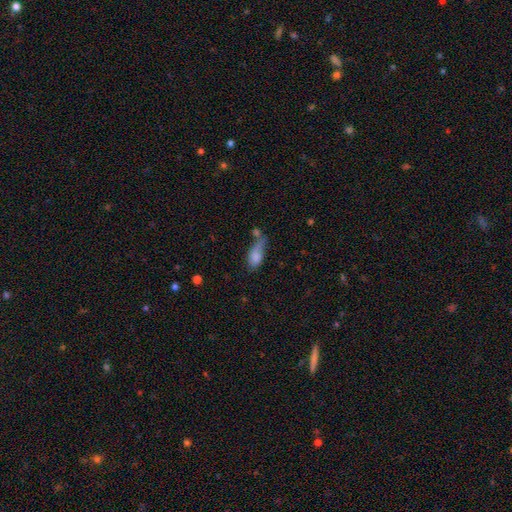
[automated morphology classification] Smooth or featured: smooth — 76% (featured or disk — 15%)
How rounded: in between — 81% (cigar-shaped — 11%)
Merging: merger — 29% (none — 26%)